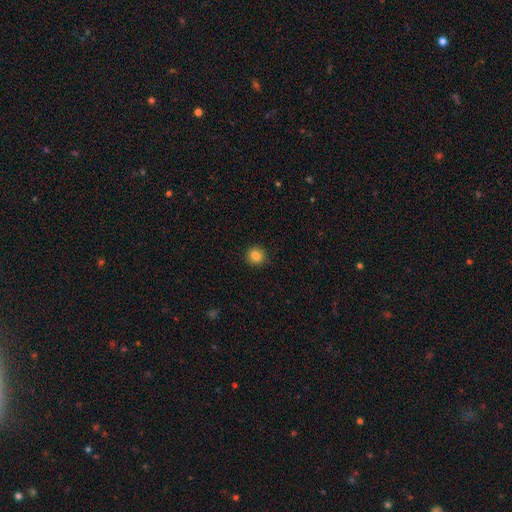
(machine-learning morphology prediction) A smooth galaxy with no disk features (84%) that is round (90%).

Vote fractions:
- Smooth or featured? smooth: 84% / star or artifact: 10% / featured or disk: 5%
- How rounded? round: 90% / in between: 9% / cigar-shaped: 1%
- Merging? none: 88% / minor disturbance: 9% / major disturbance: 2% / merger: 1%